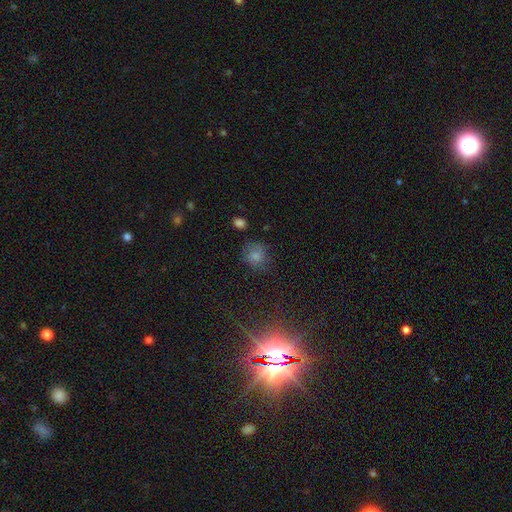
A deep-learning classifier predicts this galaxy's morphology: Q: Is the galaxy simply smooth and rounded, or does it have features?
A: smooth — 74%.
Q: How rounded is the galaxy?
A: round — 78%.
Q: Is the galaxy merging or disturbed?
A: none — 69%.